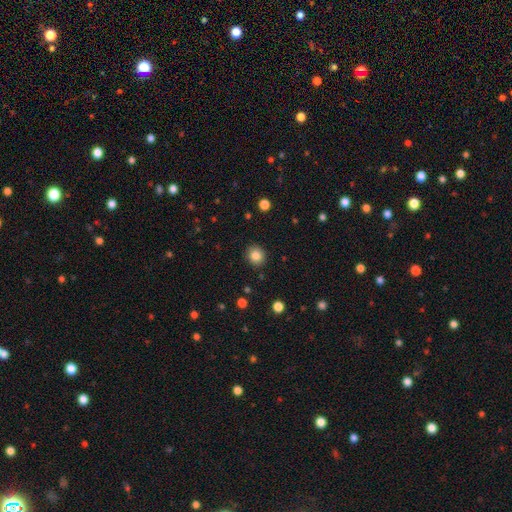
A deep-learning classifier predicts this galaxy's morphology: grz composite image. It shows a smooth galaxy with no disk features (84%) that is round (87%). Merging: none (90%).